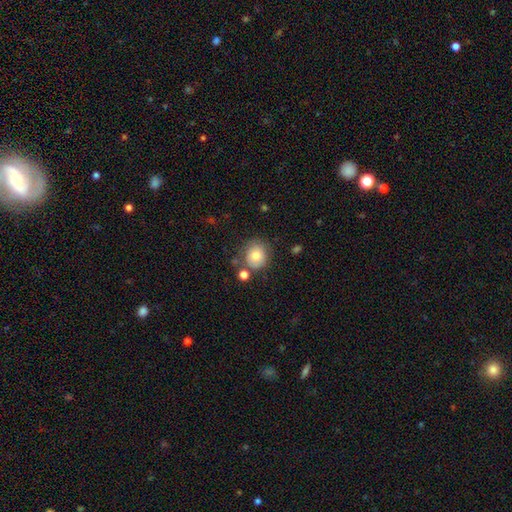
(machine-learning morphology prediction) Smooth or featured? Predicted: smooth (p=0.77). How rounded? Predicted: round (p=0.79). Merging? Predicted: none (p=0.69).